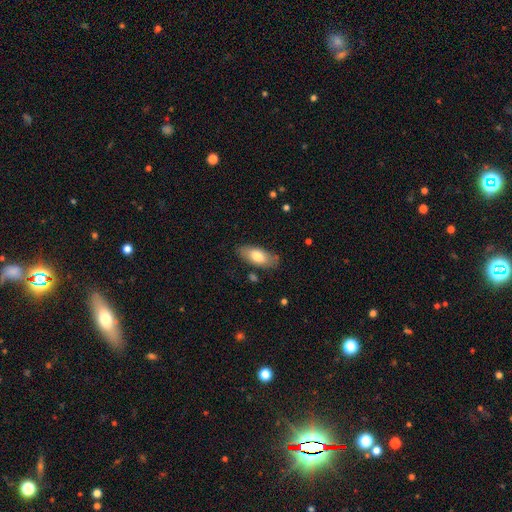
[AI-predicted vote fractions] This is likely a smooth galaxy (76%). How rounded: clearly in between (86%). Merging: clearly none (82%).